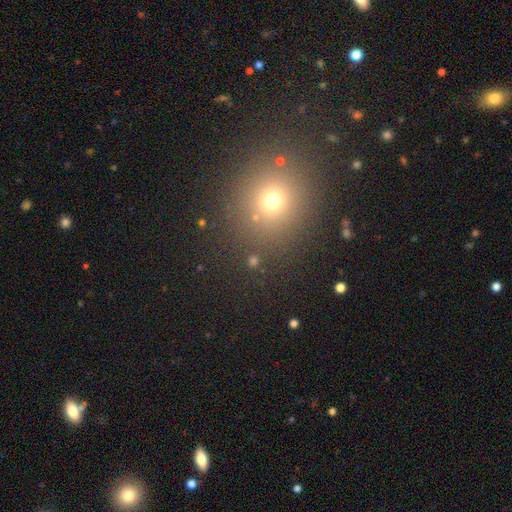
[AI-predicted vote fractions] Morphology: type=smooth (58%); roundness=round (80%); merging=none (86%).